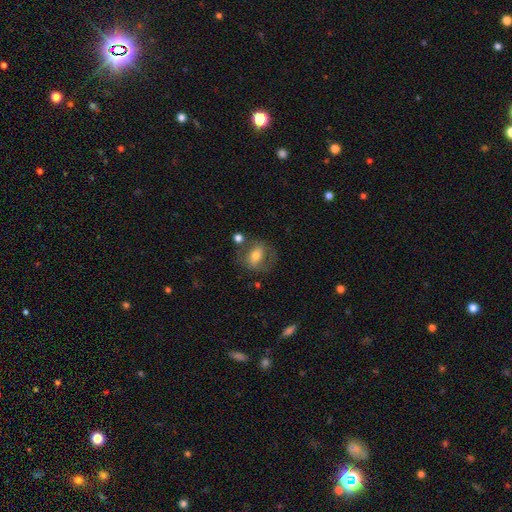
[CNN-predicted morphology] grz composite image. It shows a smooth galaxy with no disk features (52%) that is in between round and cigar-shaped (59%). Merging: none (59%).